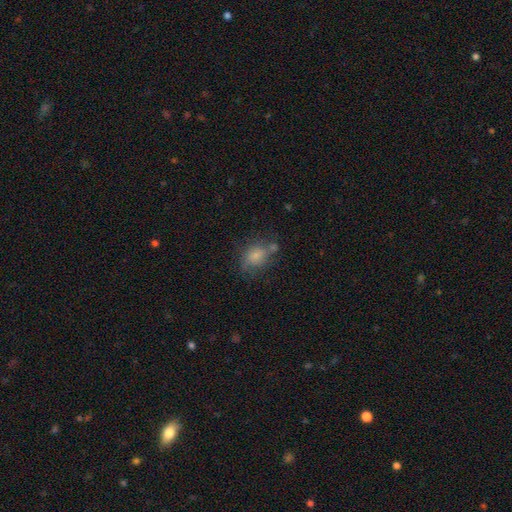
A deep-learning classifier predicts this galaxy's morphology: smooth 71%, featured or disk 19%, star or artifact 10%. Down the decision tree: how rounded — in between (55%); merging — none (48%).